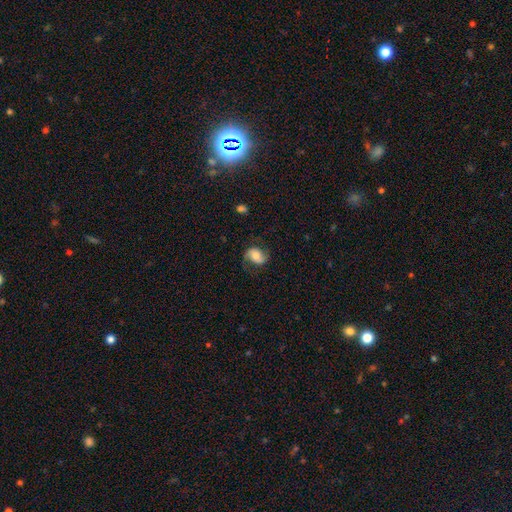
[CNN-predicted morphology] The model was most divided on "spiral winding": loose: 42%, medium: 40%, tight: 17%. More confident: edge-on disk — no (97%); spiral arms — yes (90%); spiral arm count — 2 (85%); merging — none (67%); bar — no (59%); smooth or featured — featured or disk (57%); bulge size — moderate (52%).